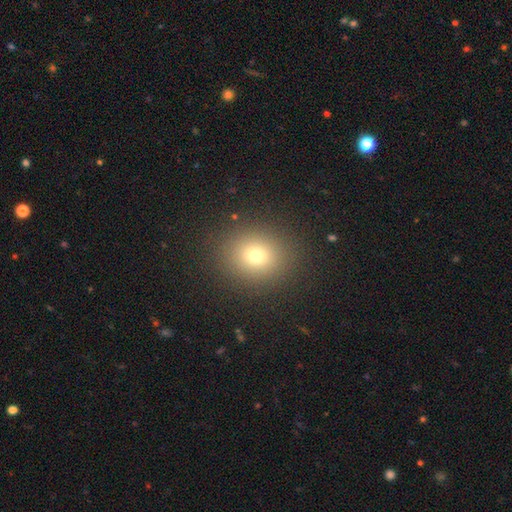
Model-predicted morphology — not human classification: Smooth or featured: smooth — 72% (star or artifact — 18%)
How rounded: round — 80% (in between — 19%)
Merging: none — 89% (minor disturbance — 6%)